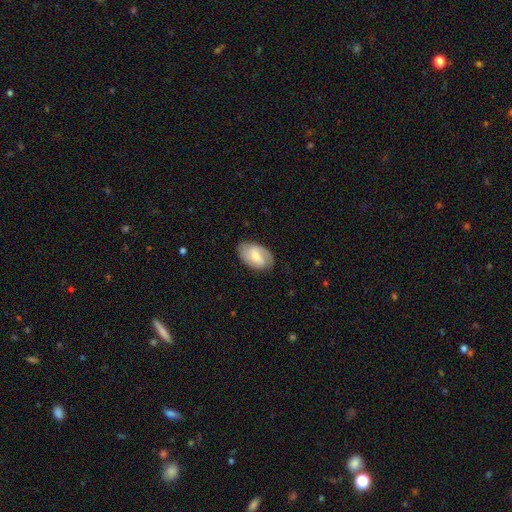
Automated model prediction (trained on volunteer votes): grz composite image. It shows a featured or disk galaxy (52%). Merging: none (73%).